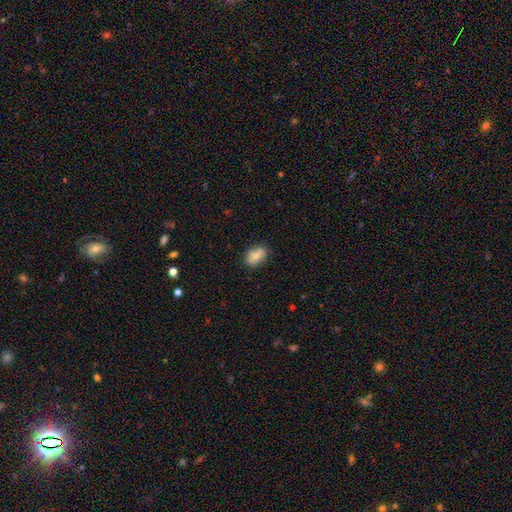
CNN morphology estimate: The model was most divided on "smooth or featured": smooth: 66%, featured or disk: 25%, star or artifact: 9%. More confident: how rounded — in between (82%); merging — none (76%).